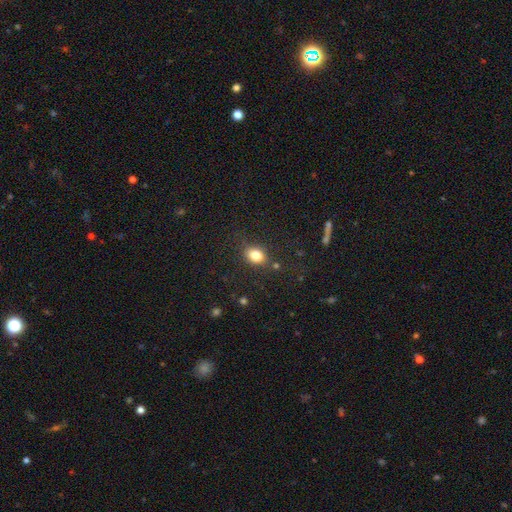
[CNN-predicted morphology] This appears to be a smooth galaxy with no disk features (81%) that is in between round and cigar-shaped (65%). Merging: none (79%).